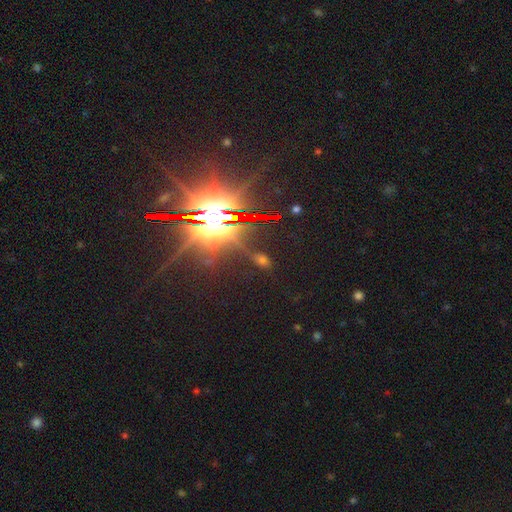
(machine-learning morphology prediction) Smooth or featured? star or artifact (82%)